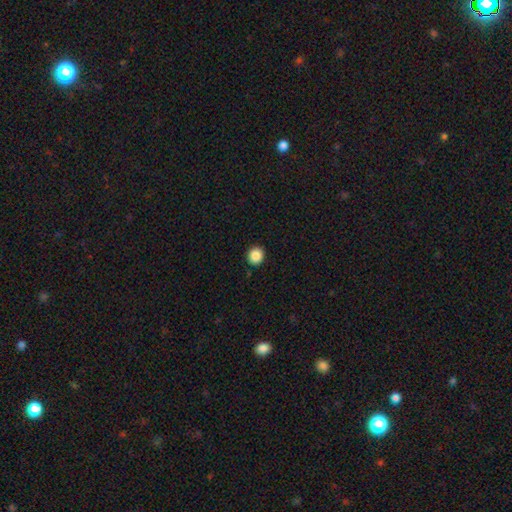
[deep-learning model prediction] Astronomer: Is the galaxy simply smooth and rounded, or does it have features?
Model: smooth — 88%.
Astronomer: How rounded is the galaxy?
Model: round — 89%.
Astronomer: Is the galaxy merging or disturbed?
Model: none — 92%.